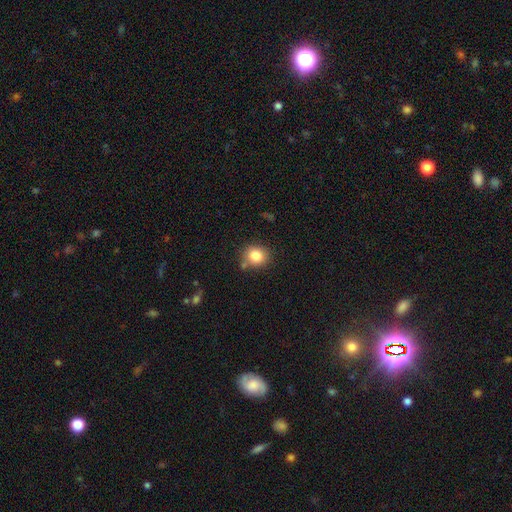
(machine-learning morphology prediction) Smooth or featured: smooth — 83% (star or artifact — 10%)
How rounded: round — 78% (in between — 22%)
Merging: none — 77% (minor disturbance — 13%)